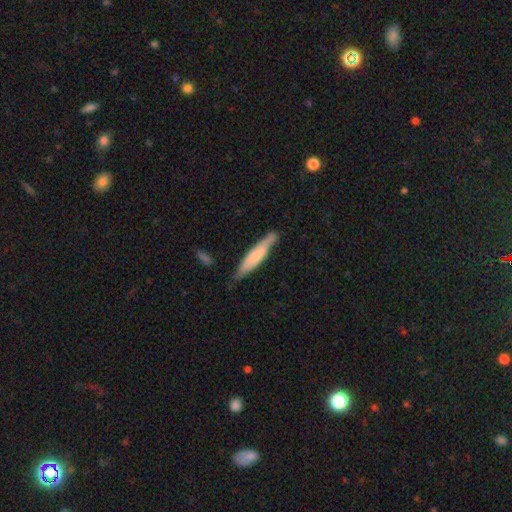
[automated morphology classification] Smooth or featured: smooth — 63% (featured or disk — 32%)
How rounded: cigar-shaped — 87% (in between — 12%)
Merging: none — 73% (minor disturbance — 21%)